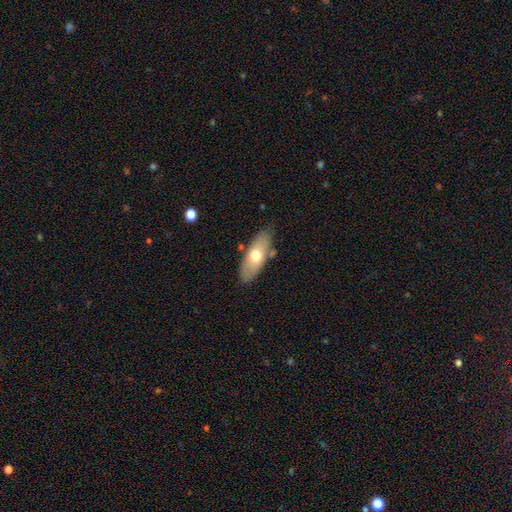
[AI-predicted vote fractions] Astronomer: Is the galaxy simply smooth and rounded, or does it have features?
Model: smooth — 59% (runner-up: featured or disk, 35%).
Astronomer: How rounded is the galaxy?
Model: in between — 78%.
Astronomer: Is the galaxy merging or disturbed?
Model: none — 78%.